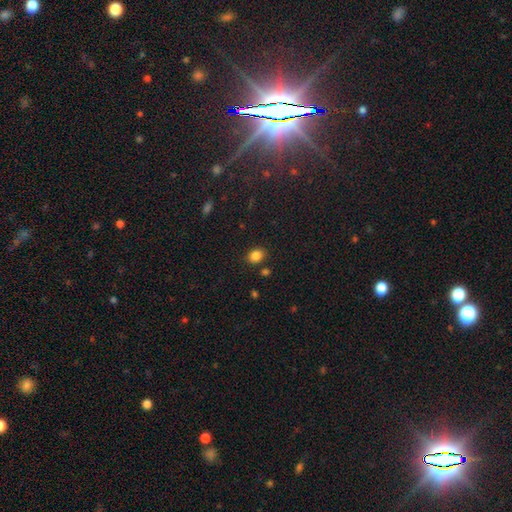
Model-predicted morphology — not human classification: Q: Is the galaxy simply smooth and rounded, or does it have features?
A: smooth — 84%.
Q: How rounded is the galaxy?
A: in between — 56%.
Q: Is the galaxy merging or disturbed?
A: none — 83%.